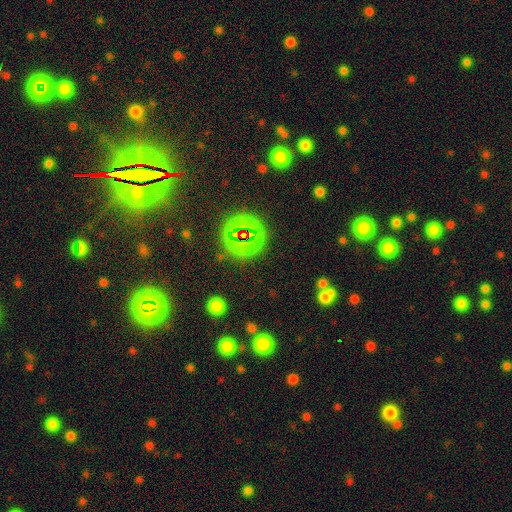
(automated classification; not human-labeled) Smooth or featured? star or artifact (77%)